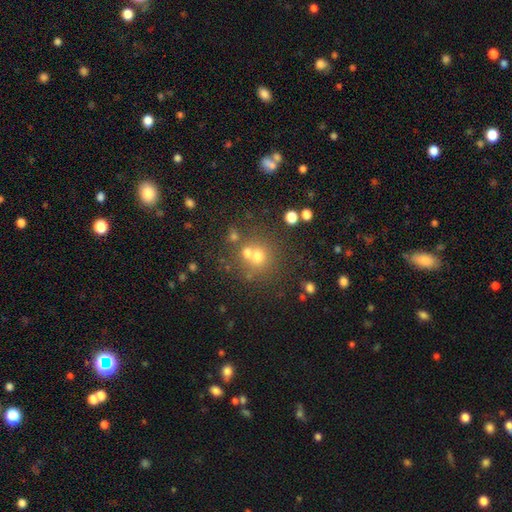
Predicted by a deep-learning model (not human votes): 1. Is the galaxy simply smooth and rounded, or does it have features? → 61% smooth, 23% star or artifact, 16% featured or disk.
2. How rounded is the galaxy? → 86% round, 13% in between, 1% cigar-shaped.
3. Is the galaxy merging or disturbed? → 55% none, 33% merger, 8% minor disturbance, 4% major disturbance.